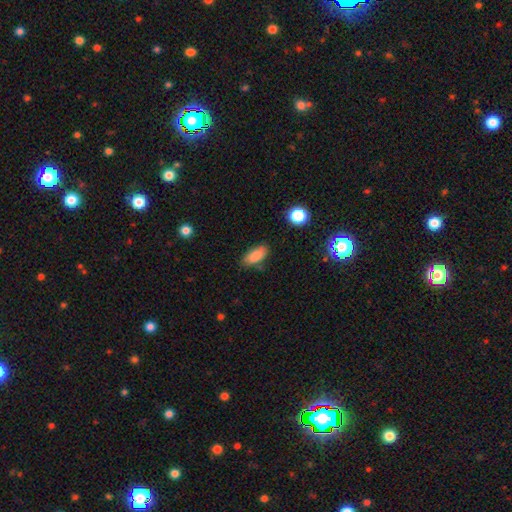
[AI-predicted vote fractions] Overall: smooth (84%). How rounded: in between (88%). Merging: none (76%).